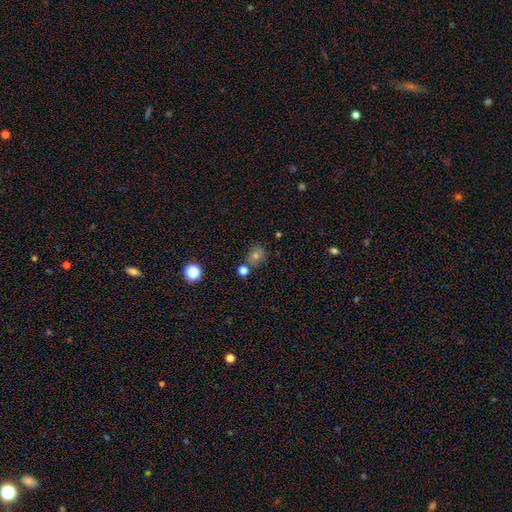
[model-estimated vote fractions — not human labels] Morphology: type=smooth (65%); roundness=round (72%); merging=none (74%).